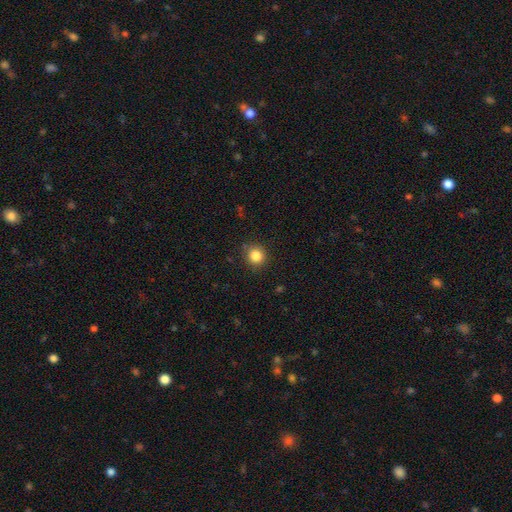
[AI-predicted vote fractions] The model was most divided on "smooth or featured": smooth: 85%, star or artifact: 11%, featured or disk: 4%. More confident: how rounded — round (91%); merging — none (88%).